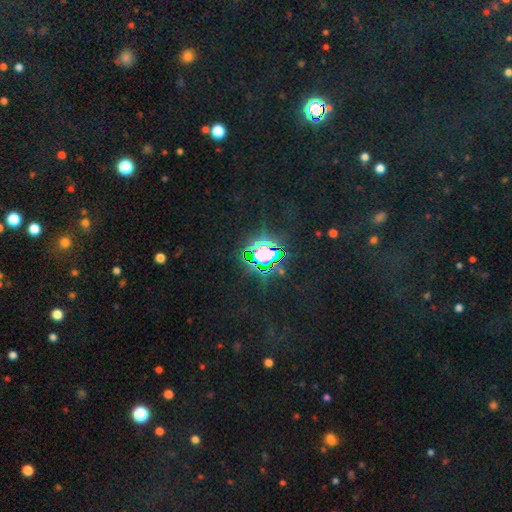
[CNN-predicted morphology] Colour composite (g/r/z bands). It shows a star or artifact, not a galaxy (79%).